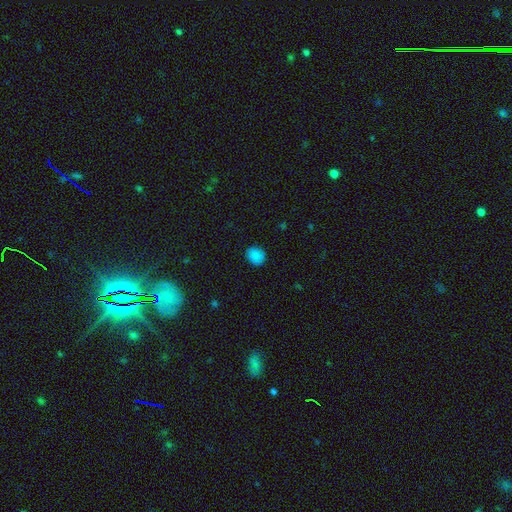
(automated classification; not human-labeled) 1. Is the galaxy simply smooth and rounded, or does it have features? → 86% smooth, 10% star or artifact, 4% featured or disk.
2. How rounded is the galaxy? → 73% round, 26% in between, 1% cigar-shaped.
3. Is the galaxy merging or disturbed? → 87% none, 9% minor disturbance, 2% major disturbance, 1% merger.